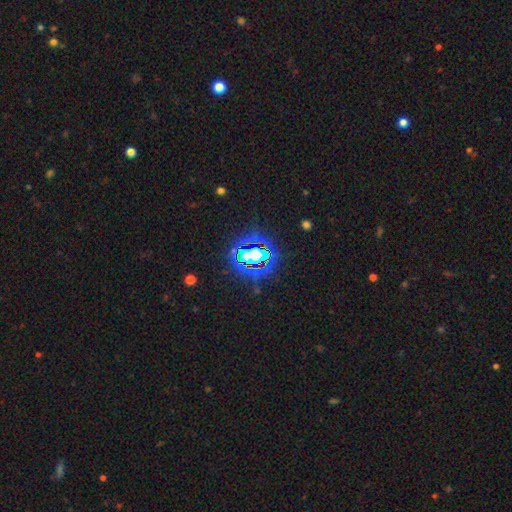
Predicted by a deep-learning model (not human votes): Q: Smooth or featured?
A: star or artifact (73%); runner-up: smooth (14%)